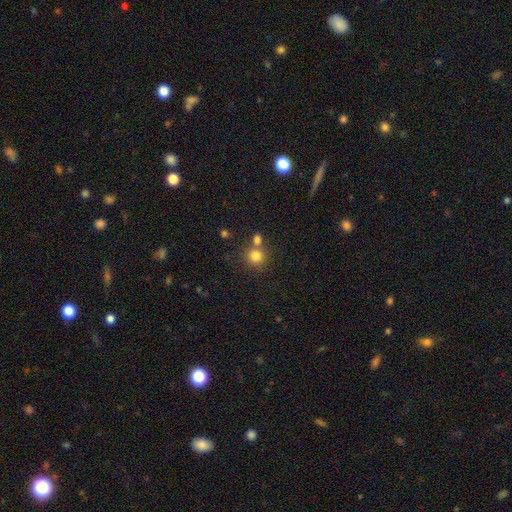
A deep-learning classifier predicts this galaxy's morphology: smooth_or_featured: smooth (p=0.81) [alt: star or artifact p=0.12]
how_rounded: round (p=0.90) [alt: in between p=0.09]
merging: none (p=0.64) [alt: merger p=0.25]